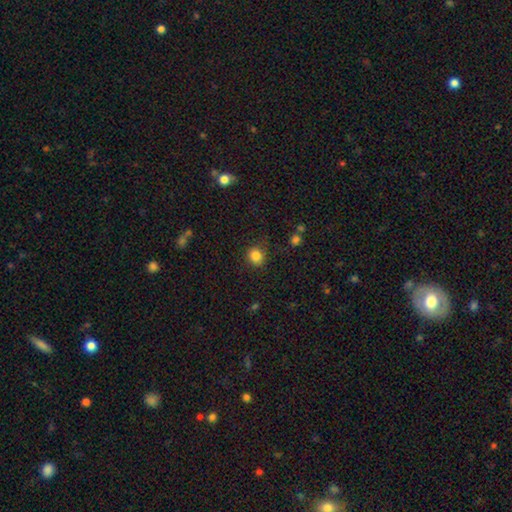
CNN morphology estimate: Overall: smooth (84%). How rounded: round (83%). Merging: none (78%).